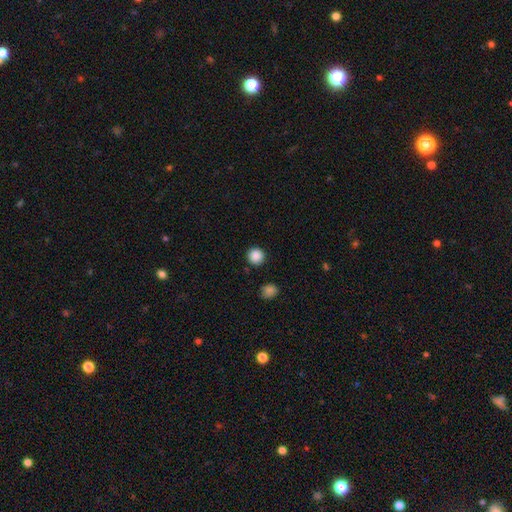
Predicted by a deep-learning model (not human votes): Overall: smooth (88%). How rounded: round (95%). Merging: none (91%).